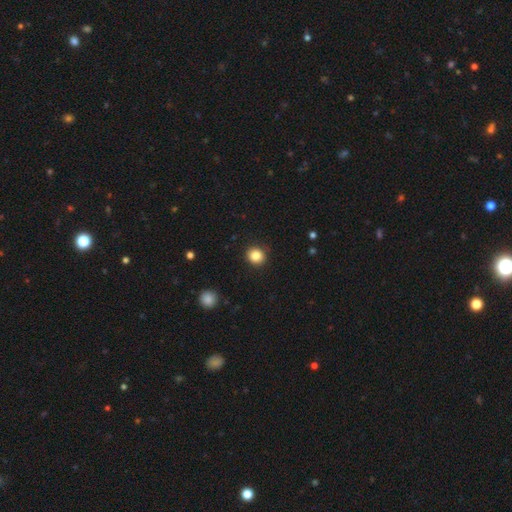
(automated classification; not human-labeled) This appears to be a smooth galaxy with no disk features (84%) that is round (86%). Merging: none (91%).